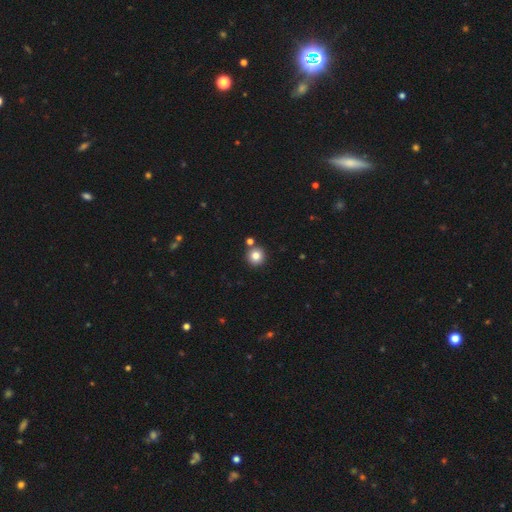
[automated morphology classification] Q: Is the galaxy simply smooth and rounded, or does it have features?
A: smooth — 82%.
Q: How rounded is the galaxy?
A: round — 94%.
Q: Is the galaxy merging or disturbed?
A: none — 81%.